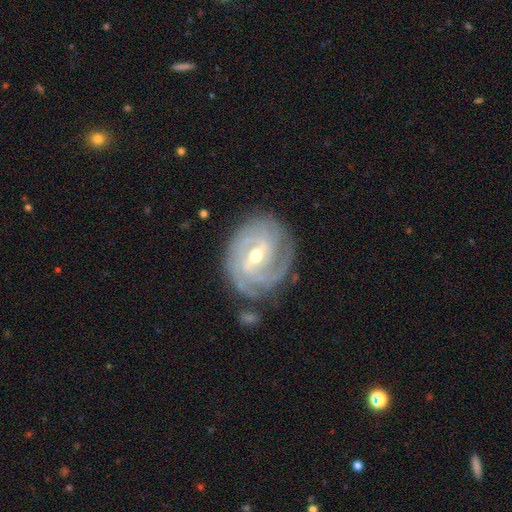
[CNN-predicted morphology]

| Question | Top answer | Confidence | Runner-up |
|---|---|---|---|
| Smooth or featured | featured or disk | 88% | smooth (6%) |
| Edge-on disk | no | 97% | yes (3%) |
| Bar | weak | 49% | strong (37%) |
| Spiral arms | yes | 96% | no (4%) |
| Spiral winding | tight | 70% | medium (25%) |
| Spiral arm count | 3 | 31% | can't tell (23%) |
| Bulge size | moderate | 54% | small (43%) |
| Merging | none | 72% | minor disturbance (18%) |